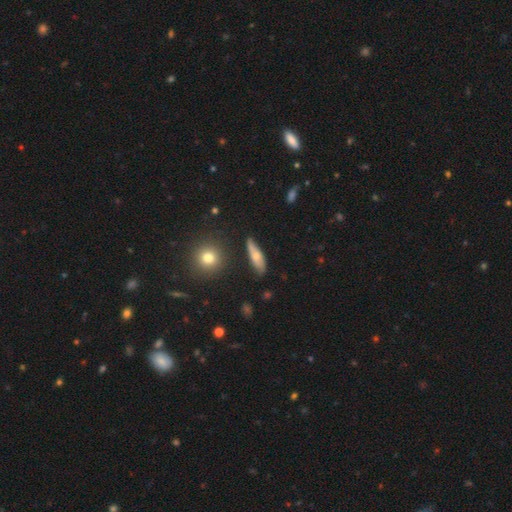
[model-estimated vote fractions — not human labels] smooth_or_featured: smooth (p=0.62) [alt: featured or disk p=0.31]
how_rounded: cigar-shaped (p=0.58) [alt: in between p=0.38]
merging: none (p=0.71) [alt: minor disturbance p=0.21]